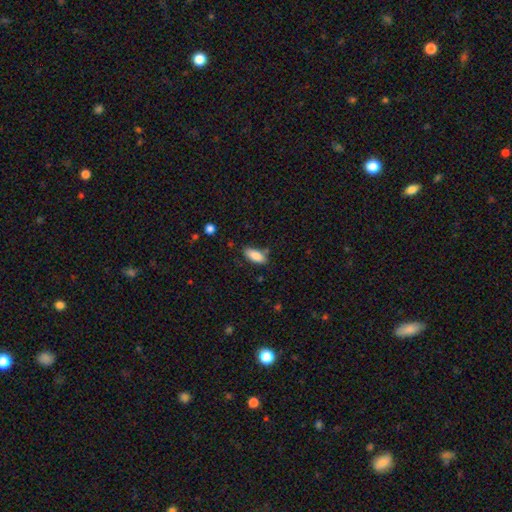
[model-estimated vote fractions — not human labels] The model was most divided on "merging": none: 77%, minor disturbance: 16%, merger: 4%, major disturbance: 4%. More confident: smooth or featured — smooth (87%); how rounded — in between (85%).